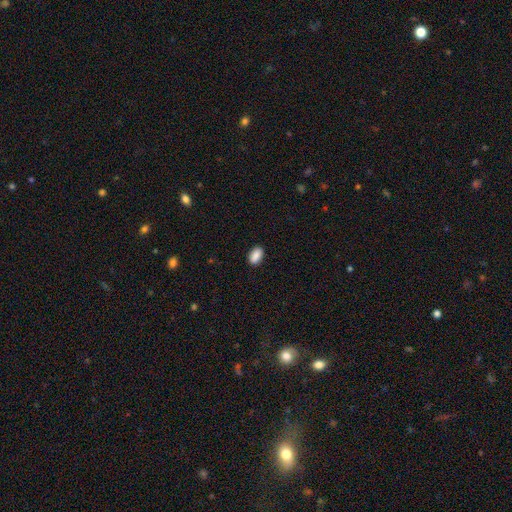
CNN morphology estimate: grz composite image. It shows a smooth galaxy with no disk features (90%) that is in between round and cigar-shaped (92%). Merging: none (88%).